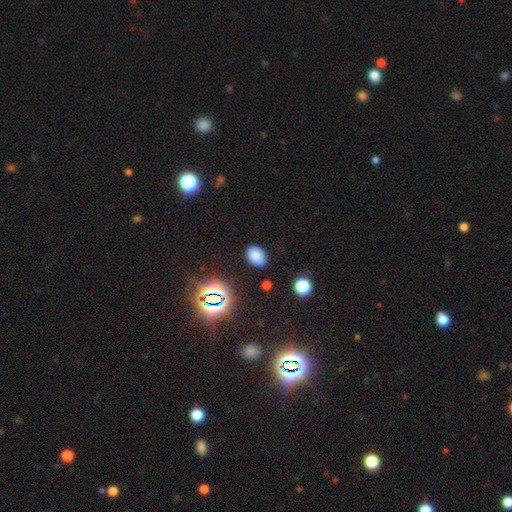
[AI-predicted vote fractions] Overall: smooth (78%). How rounded: in between (83%). Merging: none (84%).